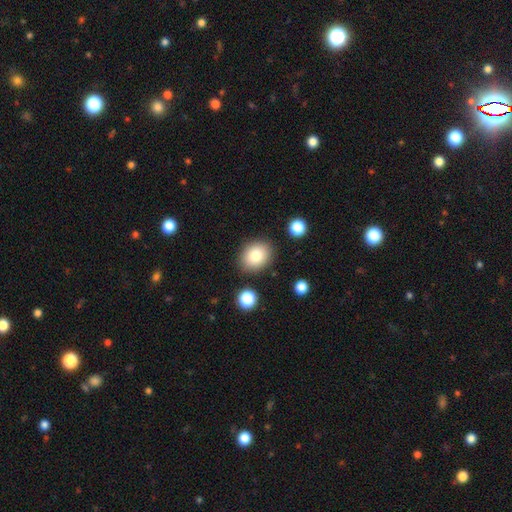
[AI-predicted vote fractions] The model was most divided on "how rounded": round: 51%, in between: 48%, cigar-shaped: 1%. More confident: merging — none (85%); smooth or featured — smooth (81%).